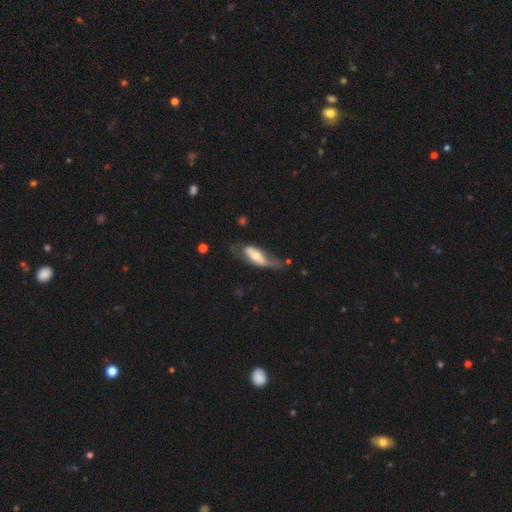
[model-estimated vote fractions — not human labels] Overall: featured or disk (54%; smooth 41%). Edge-on disk: no (71%). Merging: none (39%; minor disturbance 31%).